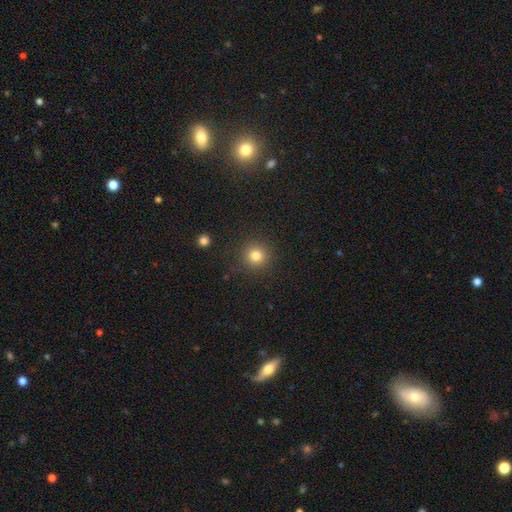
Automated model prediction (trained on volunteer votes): smooth_or_featured: smooth (p=0.81) [alt: star or artifact p=0.13]
how_rounded: round (p=0.93) [alt: in between p=0.06]
merging: none (p=0.88) [alt: minor disturbance p=0.07]